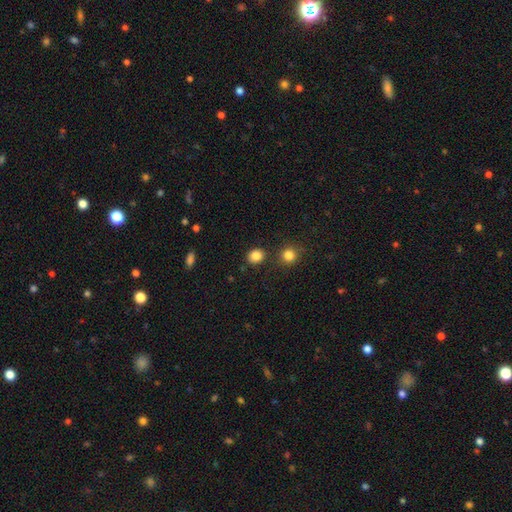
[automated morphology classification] smooth_or_featured: smooth (p=0.85) [alt: star or artifact p=0.11]
how_rounded: round (p=0.75) [alt: in between p=0.25]
merging: none (p=0.83) [alt: minor disturbance p=0.09]